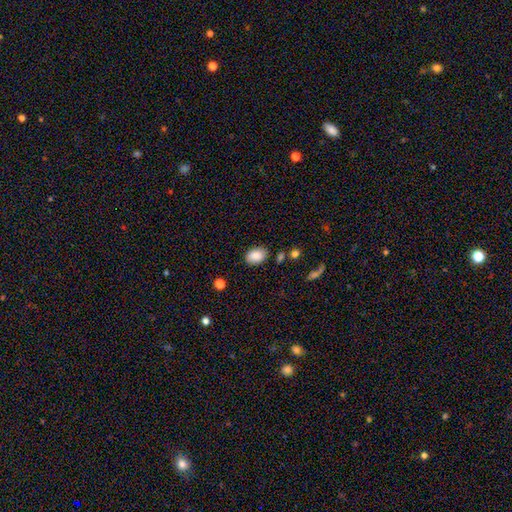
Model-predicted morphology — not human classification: Smooth or featured? Predicted: smooth (p=0.87). How rounded? Predicted: in between (p=0.82). Merging? Predicted: none (p=0.82).